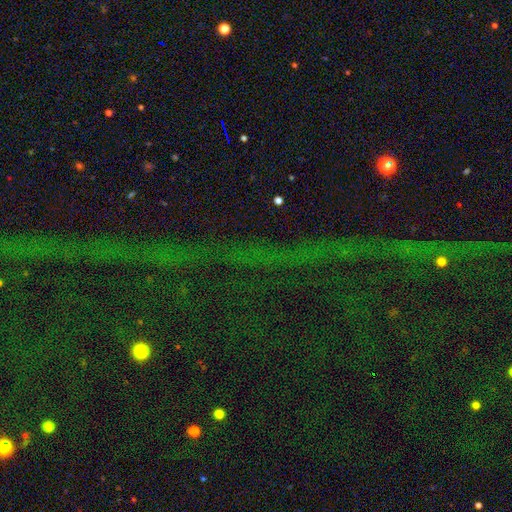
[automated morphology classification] This appears to be a star or artifact, not a galaxy (86%).